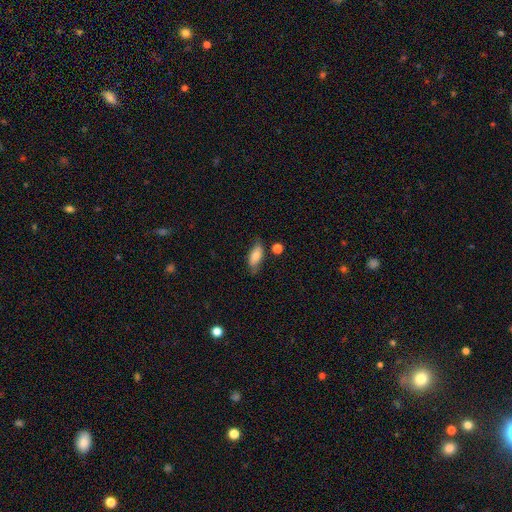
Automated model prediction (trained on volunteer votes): The model was most divided on "merging": none: 69%, minor disturbance: 22%, major disturbance: 5%, merger: 5%. More confident: how rounded — in between (82%); smooth or featured — smooth (74%).